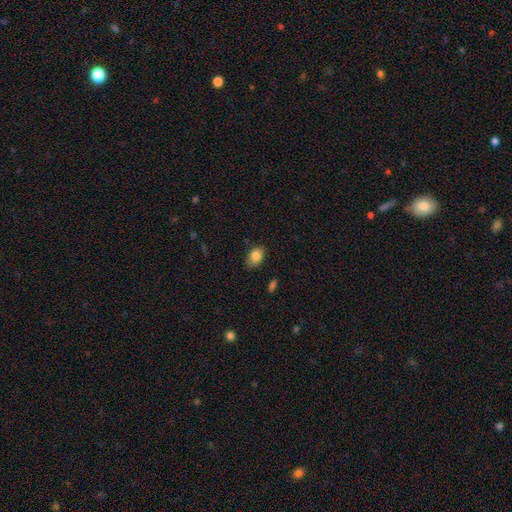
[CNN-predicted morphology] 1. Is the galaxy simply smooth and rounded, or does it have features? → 86% smooth, 8% star or artifact, 6% featured or disk.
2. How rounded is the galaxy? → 83% in between, 15% round, 1% cigar-shaped.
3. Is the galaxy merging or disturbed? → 81% none, 15% minor disturbance, 3% major disturbance, 1% merger.